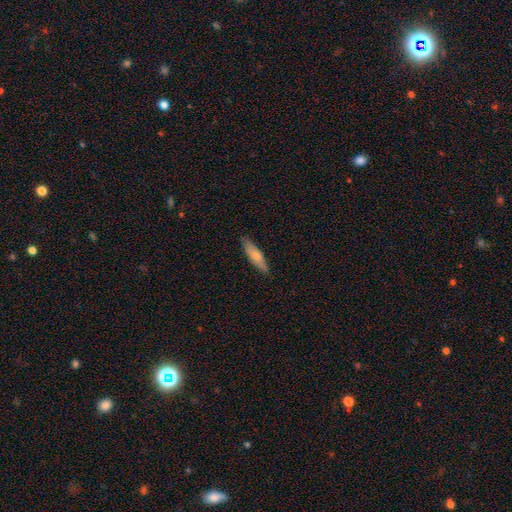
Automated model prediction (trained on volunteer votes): smooth-or-featured: smooth: 71% | featured or disk: 23% | star or artifact: 6%
  how-rounded: cigar-shaped: 69% | in between: 29% | round: 2%
  merging: none: 87% | minor disturbance: 10% | major disturbance: 2% | merger: 1%